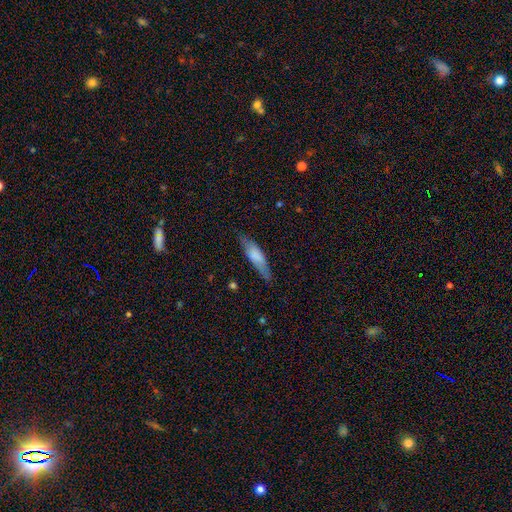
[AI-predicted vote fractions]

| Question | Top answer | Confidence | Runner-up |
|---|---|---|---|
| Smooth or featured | smooth | 69% | featured or disk (25%) |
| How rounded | cigar-shaped | 65% | in between (33%) |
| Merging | none | 78% | minor disturbance (17%) |